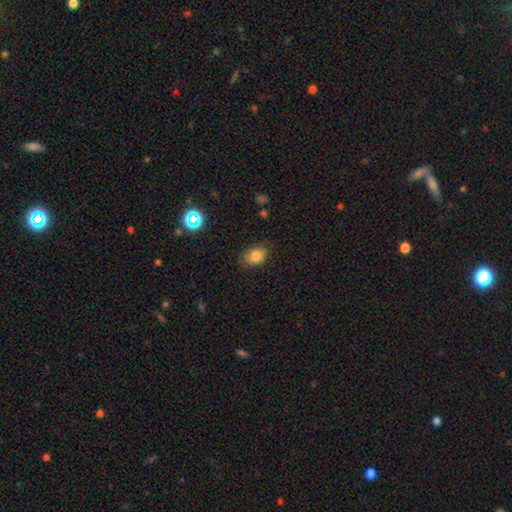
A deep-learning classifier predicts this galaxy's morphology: Smooth or featured?
  - smooth: 81% *
  - star or artifact: 10%
  - featured or disk: 10%
How rounded?
  - in between: 81% *
  - round: 18%
  - cigar-shaped: 1%
Merging?
  - none: 77% *
  - minor disturbance: 18%
  - major disturbance: 4%
  - merger: 1%